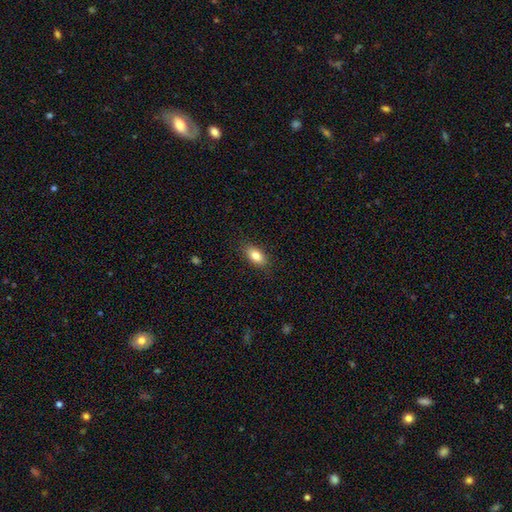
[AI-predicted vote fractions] Overall: smooth (82%). How rounded: in between (88%). Merging: none (86%).